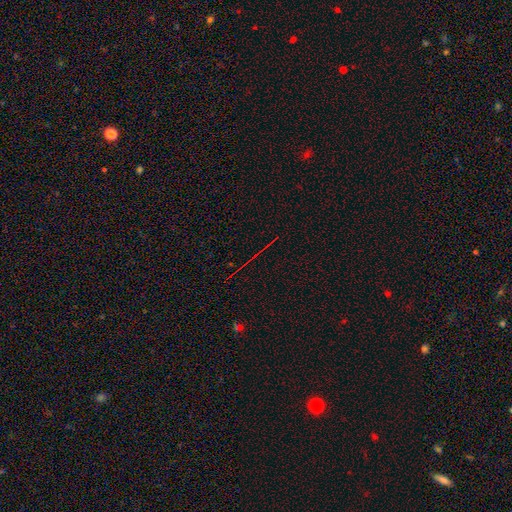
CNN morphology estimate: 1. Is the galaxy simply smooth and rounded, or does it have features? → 78% star or artifact, 13% featured or disk, 9% smooth.